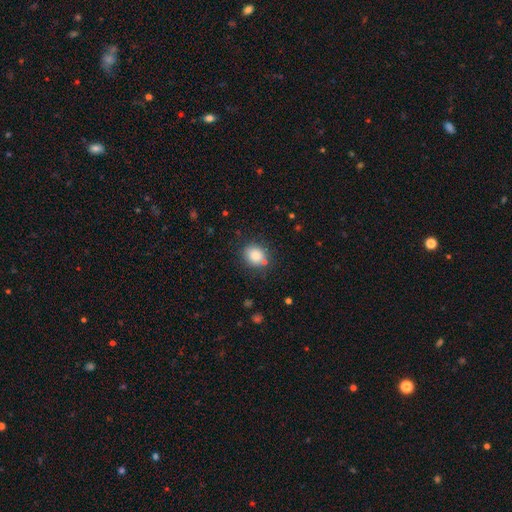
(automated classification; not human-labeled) The model was most divided on "how rounded": round: 65%, in between: 34%, cigar-shaped: 1%. More confident: smooth or featured — smooth (86%); merging — none (78%).